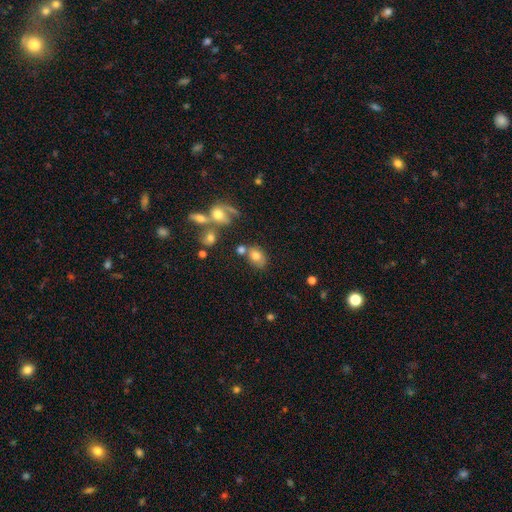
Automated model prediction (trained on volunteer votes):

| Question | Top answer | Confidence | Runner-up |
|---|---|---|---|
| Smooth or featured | smooth | 75% | featured or disk (15%) |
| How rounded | in between | 74% | round (25%) |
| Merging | none | 55% | merger (23%) |